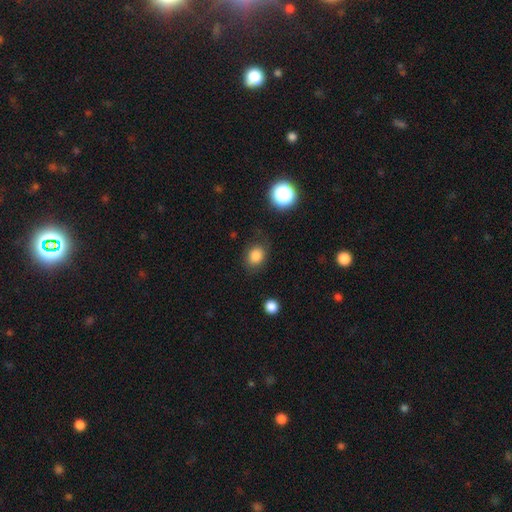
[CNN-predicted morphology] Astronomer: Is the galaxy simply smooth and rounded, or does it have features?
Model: smooth — 83%.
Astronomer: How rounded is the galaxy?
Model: round — 53% (runner-up: in between, 46%).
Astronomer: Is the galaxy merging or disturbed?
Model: none — 79%.